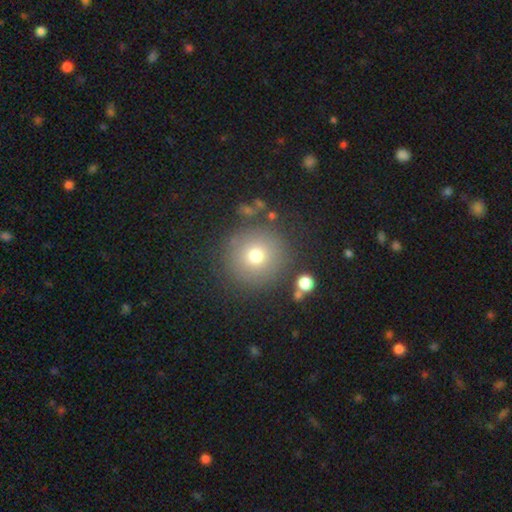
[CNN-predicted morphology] smooth-or-featured: smooth: 73% | star or artifact: 14% | featured or disk: 13%
  how-rounded: round: 94% | in between: 5% | cigar-shaped: 1%
  merging: none: 84% | minor disturbance: 9% | major disturbance: 4% | merger: 3%